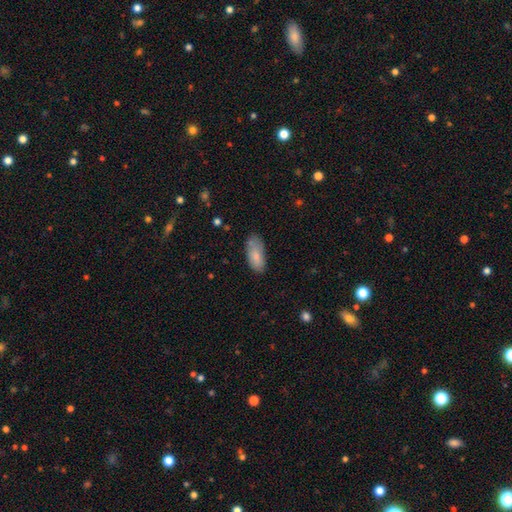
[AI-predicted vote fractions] Smooth or featured: smooth — 82% (featured or disk — 11%)
How rounded: in between — 86% (cigar-shaped — 12%)
Merging: none — 69% (minor disturbance — 23%)